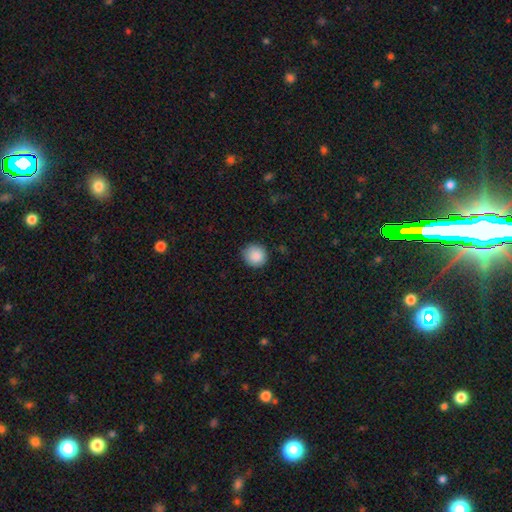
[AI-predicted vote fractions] This appears to be a smooth galaxy with no disk features (89%) that is round (92%). Merging: none (87%).